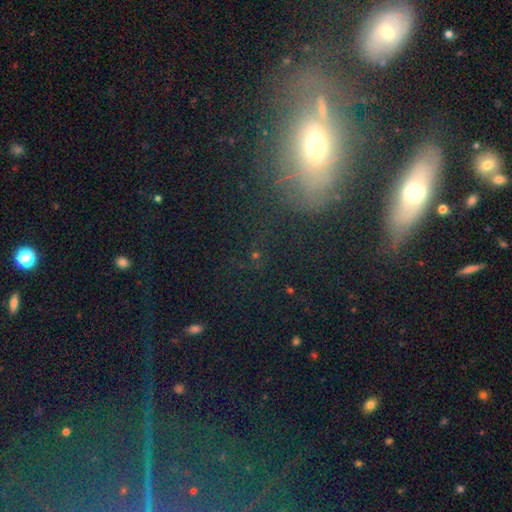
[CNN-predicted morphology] Smooth or featured? Predicted: star or artifact (p=0.58).